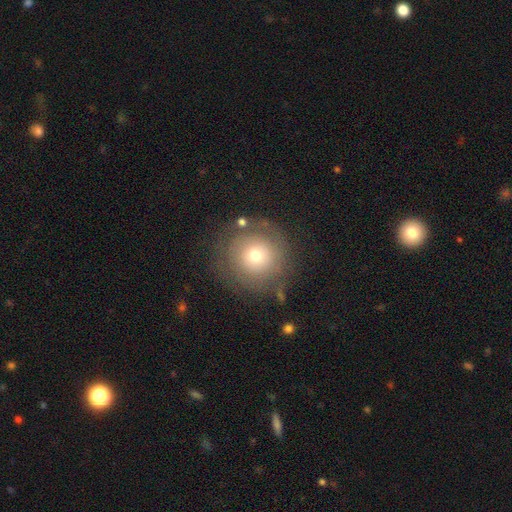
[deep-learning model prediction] Q: Smooth or featured?
A: smooth (58%); runner-up: featured or disk (31%)
Q: How rounded?
A: round (94%); runner-up: in between (5%)
Q: Merging?
A: none (77%); runner-up: minor disturbance (13%)